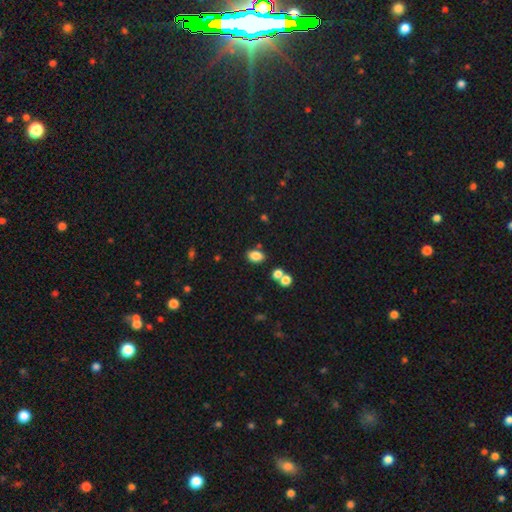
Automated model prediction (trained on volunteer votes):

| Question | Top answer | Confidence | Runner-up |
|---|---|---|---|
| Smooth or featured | smooth | 83% | star or artifact (11%) |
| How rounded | in between | 81% | round (18%) |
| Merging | none | 74% | merger (12%) |